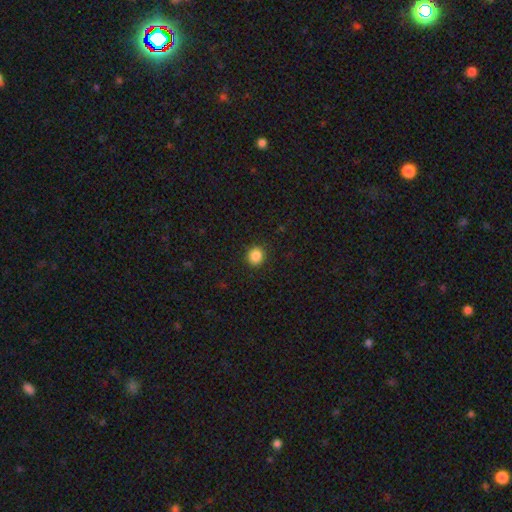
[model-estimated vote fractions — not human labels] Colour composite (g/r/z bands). It shows a smooth galaxy with no disk features (86%) that is round (81%). Merging: none (90%).